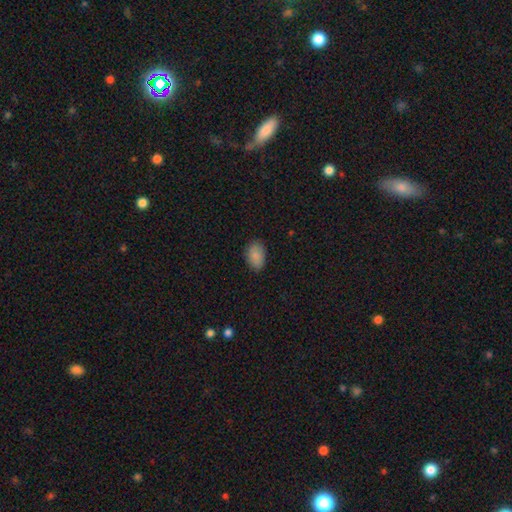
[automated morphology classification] smooth-or-featured: smooth: 87% | star or artifact: 8% | featured or disk: 5%
  how-rounded: in between: 87% | round: 11% | cigar-shaped: 1%
  merging: none: 82% | minor disturbance: 14% | major disturbance: 3% | merger: 1%